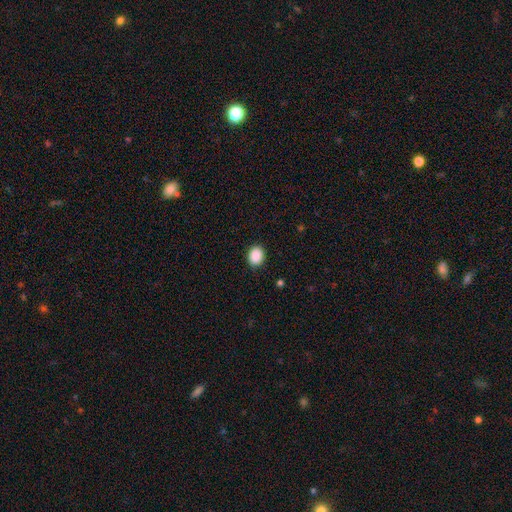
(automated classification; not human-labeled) The model was most divided on "how rounded": round: 51%, in between: 48%, cigar-shaped: 1%. More confident: smooth or featured — smooth (90%); merging — none (90%).